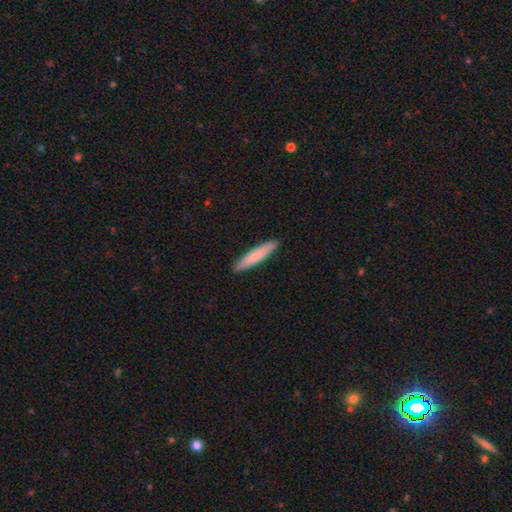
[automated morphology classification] Q: Smooth or featured?
A: smooth (78%); runner-up: featured or disk (17%)
Q: How rounded?
A: cigar-shaped (91%); runner-up: in between (8%)
Q: Merging?
A: none (91%); runner-up: minor disturbance (6%)